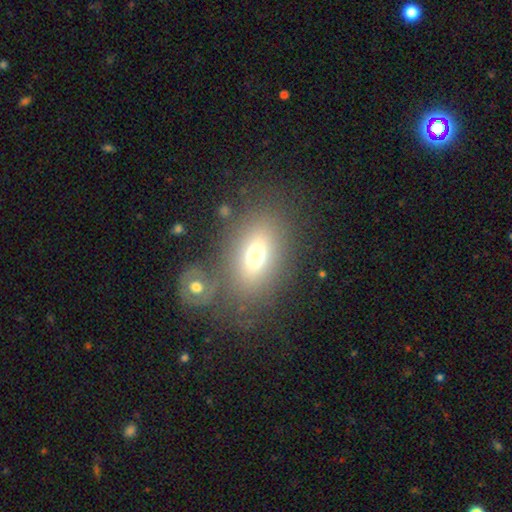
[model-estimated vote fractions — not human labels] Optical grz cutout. It shows a smooth galaxy with no disk features (68%) that is in between round and cigar-shaped (80%). Merging: none (68%).